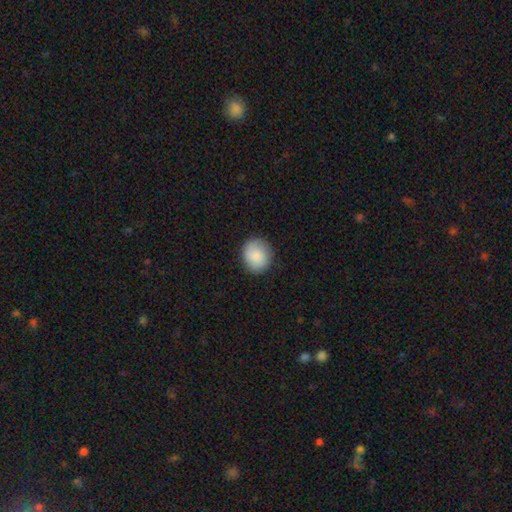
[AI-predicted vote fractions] smooth_or_featured: smooth (p=0.86) [alt: featured or disk p=0.08]
how_rounded: round (p=0.78) [alt: in between p=0.21]
merging: none (p=0.86) [alt: minor disturbance p=0.11]